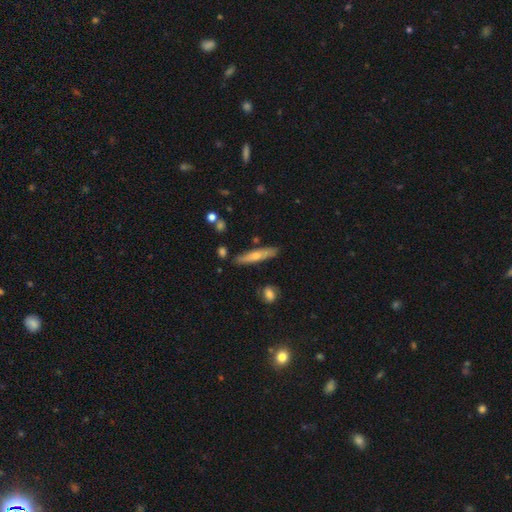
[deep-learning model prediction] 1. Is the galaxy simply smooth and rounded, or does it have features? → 55% smooth, 39% featured or disk, 6% star or artifact.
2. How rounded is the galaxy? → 85% cigar-shaped, 13% in between, 2% round.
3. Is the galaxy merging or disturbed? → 84% none, 10% minor disturbance, 3% merger, 2% major disturbance.